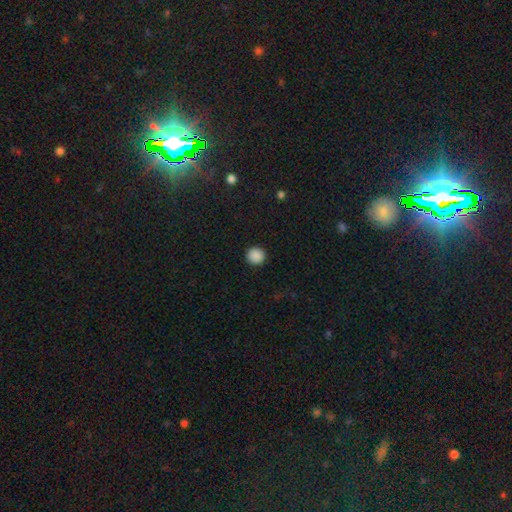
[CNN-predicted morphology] This appears to be a smooth galaxy with no disk features (89%) that is round (95%). Merging: none (93%).